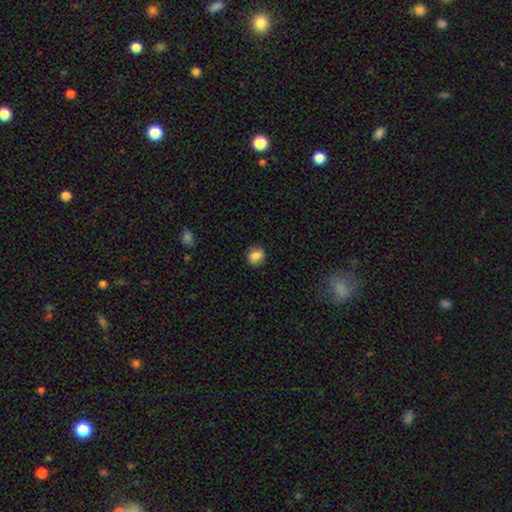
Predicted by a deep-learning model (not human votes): smooth 85%, star or artifact 9%, featured or disk 6%. Down the decision tree: how rounded — round (67%); merging — none (85%).